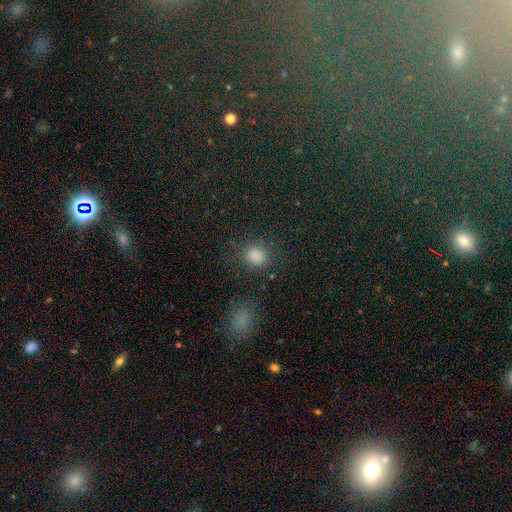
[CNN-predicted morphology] Overall: smooth (83%). How rounded: round (74%). Merging: none (78%).